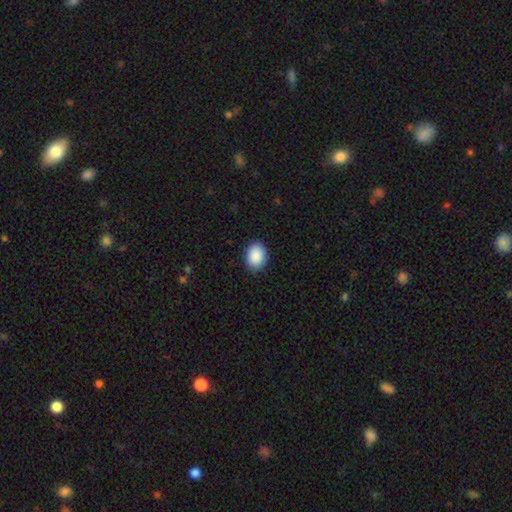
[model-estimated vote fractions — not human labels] smooth_or_featured: smooth (p=0.90) [alt: star or artifact p=0.07]
how_rounded: in between (p=0.71) [alt: round p=0.28]
merging: none (p=0.89) [alt: minor disturbance p=0.09]